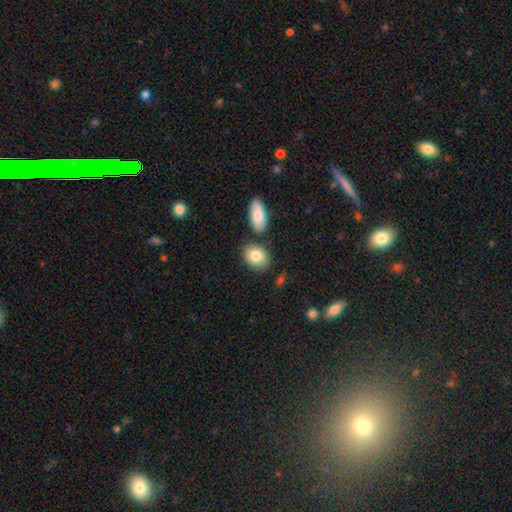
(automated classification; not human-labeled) smooth_or_featured: smooth (p=0.84) [alt: featured or disk p=0.09]
how_rounded: in between (p=0.65) [alt: round p=0.34]
merging: none (p=0.75) [alt: merger p=0.12]